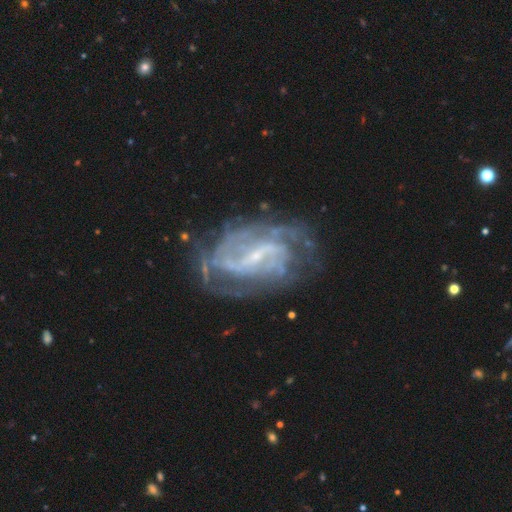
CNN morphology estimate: Smooth or featured? Predicted: featured or disk (p=0.87). Edge-on disk? Predicted: no (p=0.97). Bar? Predicted: weak (p=0.46). Spiral arms? Predicted: yes (p=0.92). Spiral winding? Predicted: tight (p=0.44). Spiral arm count? Predicted: can't tell (p=0.33). Bulge size? Predicted: small (p=0.76). Merging? Predicted: none (p=0.65).